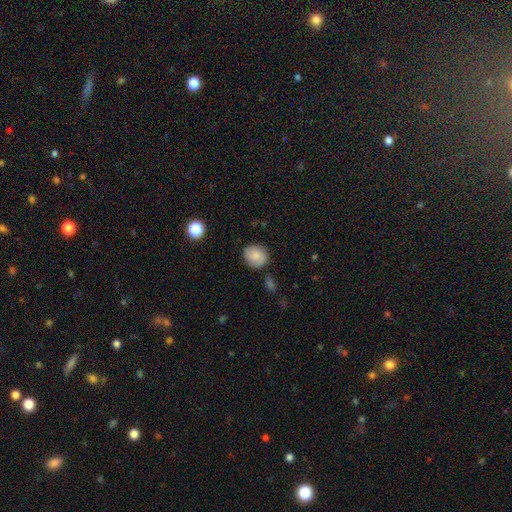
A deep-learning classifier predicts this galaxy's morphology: This is clearly a smooth galaxy (83%). How rounded: likely round (79%). Merging: clearly none (81%).